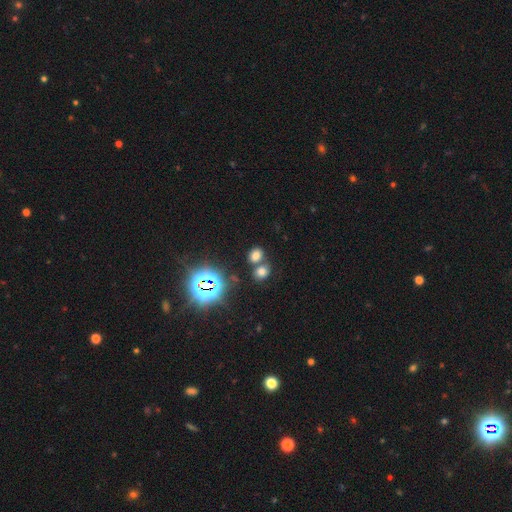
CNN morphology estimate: Q: Smooth or featured?
A: smooth (64%); runner-up: star or artifact (27%)
Q: How rounded?
A: in between (53%); runner-up: round (46%)
Q: Merging?
A: none (52%); runner-up: merger (37%)